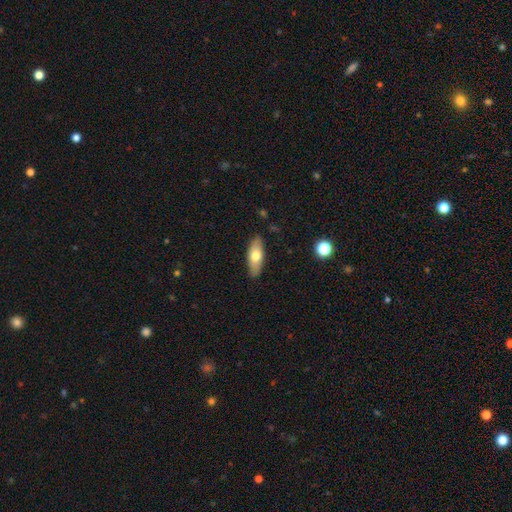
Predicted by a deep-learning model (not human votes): Smooth or featured?
  - smooth: 66% *
  - featured or disk: 28%
  - star or artifact: 6%
How rounded?
  - in between: 71% *
  - cigar-shaped: 26%
  - round: 3%
Merging?
  - none: 86% *
  - minor disturbance: 11%
  - major disturbance: 2%
  - merger: 1%